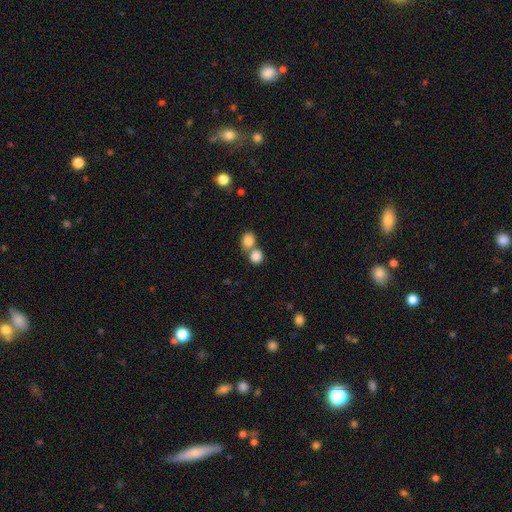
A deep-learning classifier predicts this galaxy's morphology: type=smooth (84%); roundness=round (82%); merging=merger (50%).